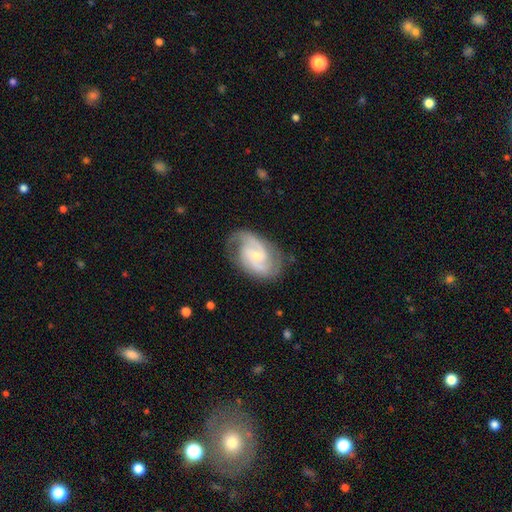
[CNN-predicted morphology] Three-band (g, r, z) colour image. It shows a featured or disk galaxy (87%) with a weak bar (46%), 2 (75%) medium (51%) spiral arms (97%) and a small central bulge (66%). Merging: none (74%).